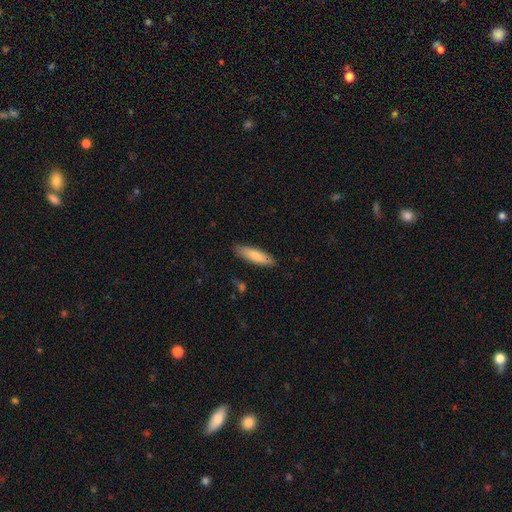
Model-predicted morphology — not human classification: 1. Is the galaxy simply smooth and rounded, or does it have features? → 78% smooth, 16% featured or disk, 5% star or artifact.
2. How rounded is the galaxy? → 65% cigar-shaped, 33% in between, 1% round.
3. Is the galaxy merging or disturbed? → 85% none, 12% minor disturbance, 2% major disturbance, 1% merger.